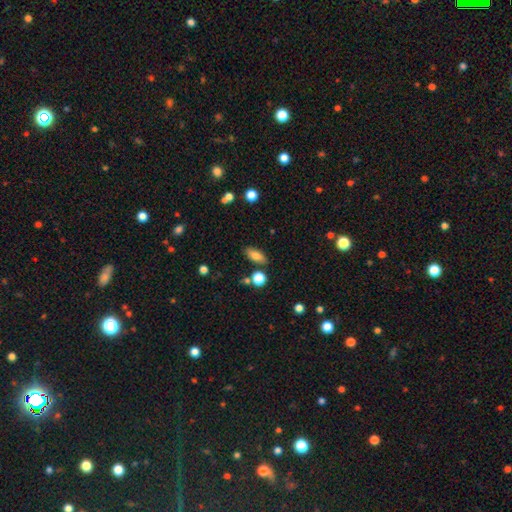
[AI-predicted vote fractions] A smooth galaxy with no disk features (80%) that is in between round and cigar-shaped (79%). Merging: none (82%).